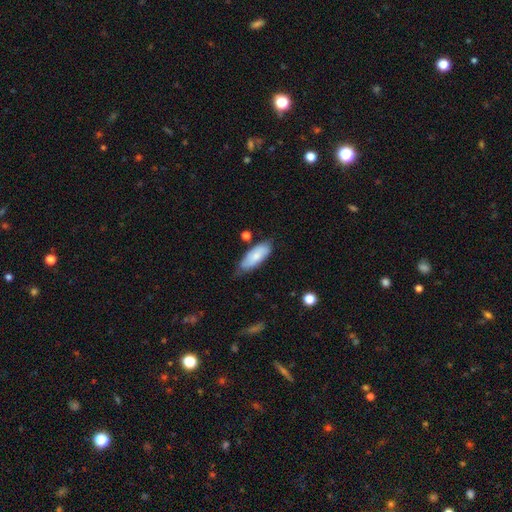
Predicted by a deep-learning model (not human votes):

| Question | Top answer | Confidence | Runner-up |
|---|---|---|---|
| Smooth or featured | smooth | 76% | featured or disk (18%) |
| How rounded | in between | 76% | cigar-shaped (22%) |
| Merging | none | 62% | minor disturbance (29%) |